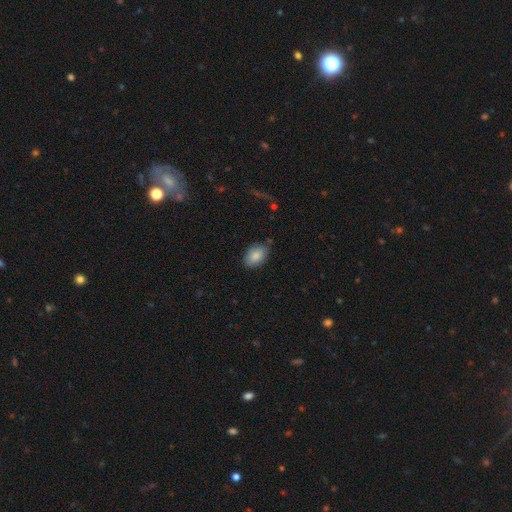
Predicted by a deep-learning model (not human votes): Smooth or featured? Predicted: smooth (p=0.86). How rounded? Predicted: in between (p=0.88). Merging? Predicted: none (p=0.78).